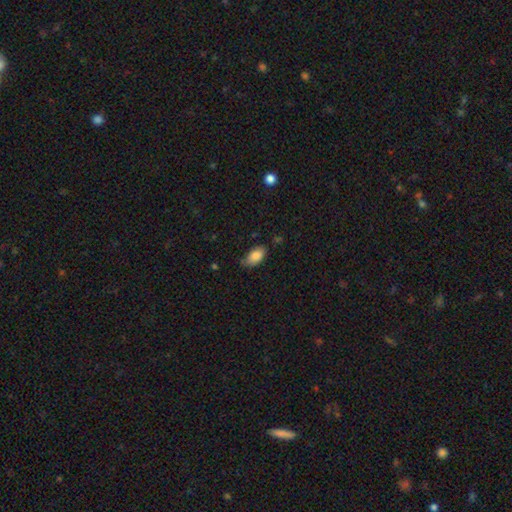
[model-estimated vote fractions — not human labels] This appears to be a smooth galaxy with no disk features (85%) that is in between round and cigar-shaped (93%). Merging: none (67%).